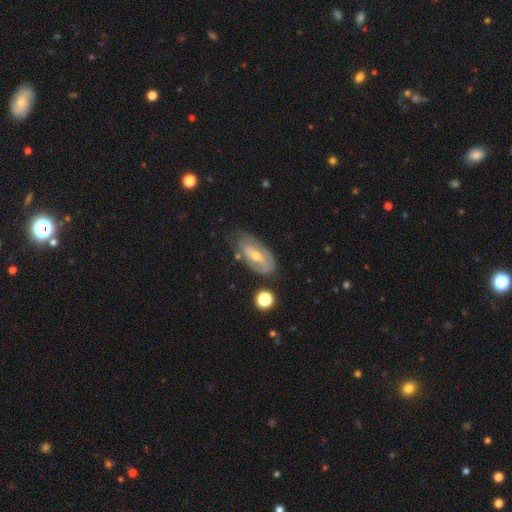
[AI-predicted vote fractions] Overall: featured or disk (66%; smooth 27%). Edge-on disk: no (89%). Bar: weak (39%, tied with no). Spiral arms: yes (68%; no 32%). Bulge size: moderate (53%; small 43%). Merging: none (61%; minor disturbance 26%).